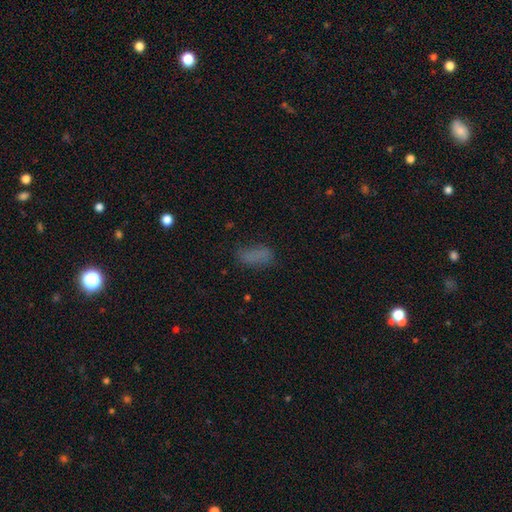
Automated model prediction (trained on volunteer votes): This appears to be a smooth galaxy with no disk features (74%) that is in between round and cigar-shaped (79%). Merging: none (65%).